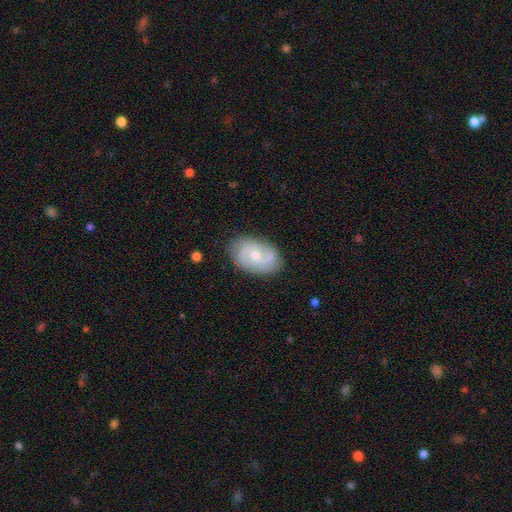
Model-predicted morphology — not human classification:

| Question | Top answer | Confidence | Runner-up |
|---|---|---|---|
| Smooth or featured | featured or disk | 75% | smooth (19%) |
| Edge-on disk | no | 96% | yes (4%) |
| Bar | no | 58% | weak (37%) |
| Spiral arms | yes | 91% | no (9%) |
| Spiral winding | medium | 45% | tight (39%) |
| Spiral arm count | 2 | 67% | can't tell (15%) |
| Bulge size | moderate | 52% | small (44%) |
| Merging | none | 80% | minor disturbance (15%) |